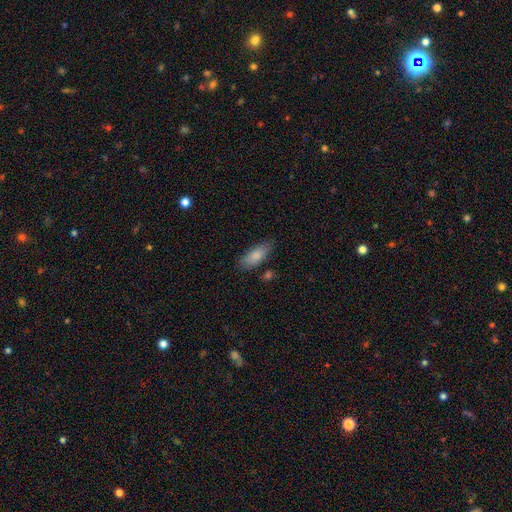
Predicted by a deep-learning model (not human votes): This is clearly a smooth galaxy (84%). How rounded: likely in between (79%). Merging: likely none (76%).